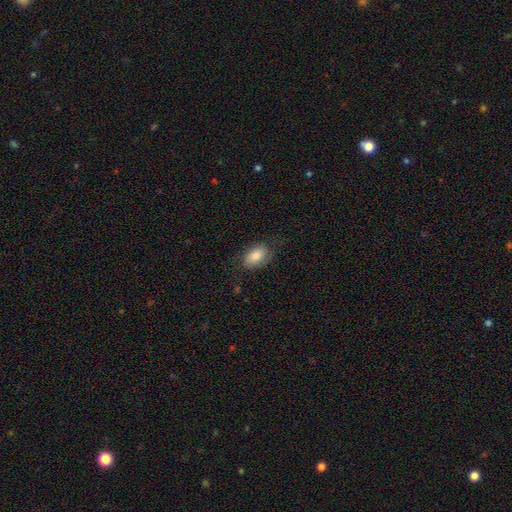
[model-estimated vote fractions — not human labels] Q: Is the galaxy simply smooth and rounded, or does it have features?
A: smooth — 79%.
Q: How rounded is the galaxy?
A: in between — 90%.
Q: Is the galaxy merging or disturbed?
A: none — 71%.